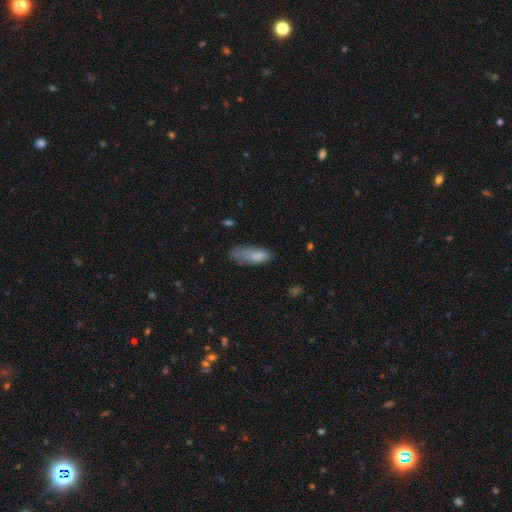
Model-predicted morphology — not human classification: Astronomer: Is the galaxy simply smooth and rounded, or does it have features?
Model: smooth — 77%.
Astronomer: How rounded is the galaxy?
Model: in between — 63%.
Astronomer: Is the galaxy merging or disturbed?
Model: none — 39% (runner-up: minor disturbance, 35%).